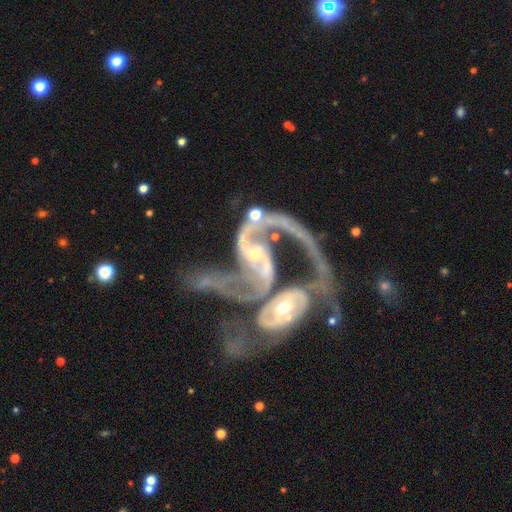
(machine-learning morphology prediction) featured or disk 90%, star or artifact 5%, smooth 5%. Down the decision tree: edge-on disk — no (97%); bar — no (41%); spiral arms — yes (95%); spiral arm count — 2 (82%); spiral winding — loose (63%); bulge size — small (57%); merging — merger (65%).